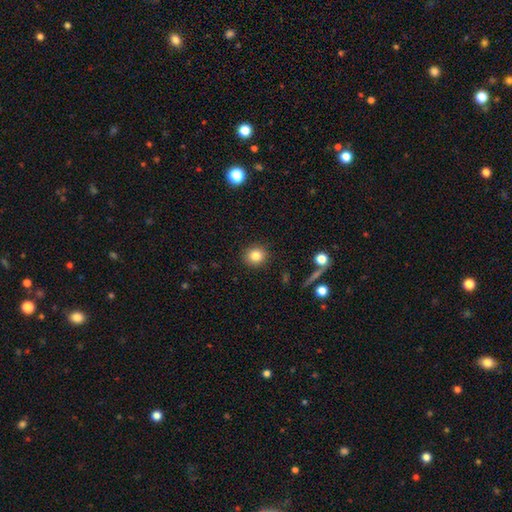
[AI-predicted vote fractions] A smooth galaxy with no disk features (82%) that is round (87%).

Vote fractions:
- Smooth or featured? smooth: 82% / star or artifact: 11% / featured or disk: 7%
- How rounded? round: 87% / in between: 12% / cigar-shaped: 1%
- Merging? none: 90% / minor disturbance: 6% / major disturbance: 2% / merger: 1%